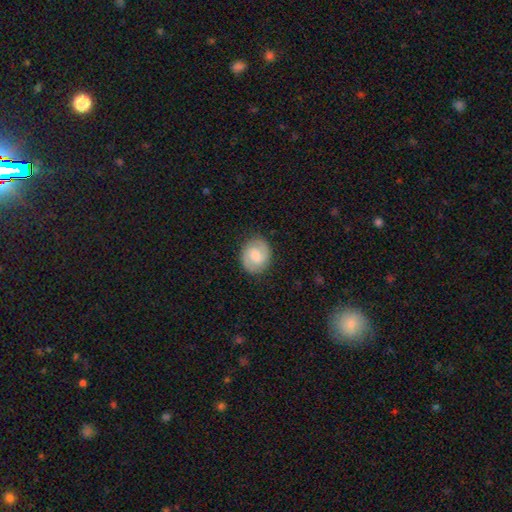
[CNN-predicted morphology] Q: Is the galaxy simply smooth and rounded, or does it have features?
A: featured or disk — 55%.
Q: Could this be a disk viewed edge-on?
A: no — 97%.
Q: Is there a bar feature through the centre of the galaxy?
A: weak — 52%.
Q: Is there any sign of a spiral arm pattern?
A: yes — 87%.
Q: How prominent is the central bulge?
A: moderate — 51%.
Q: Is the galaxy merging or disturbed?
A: none — 84%.